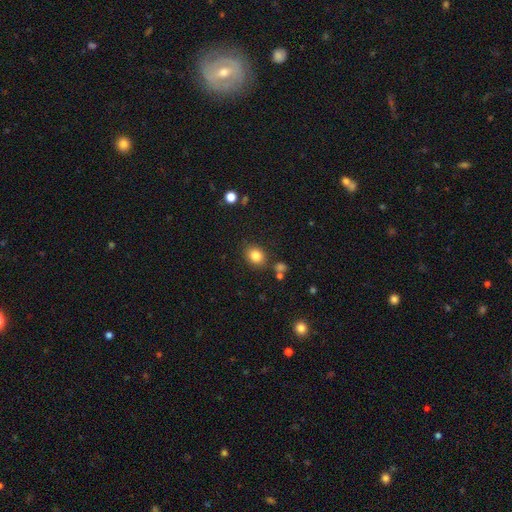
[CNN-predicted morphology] A smooth galaxy with no disk features (84%) that is round (53%). Merging: none (82%).